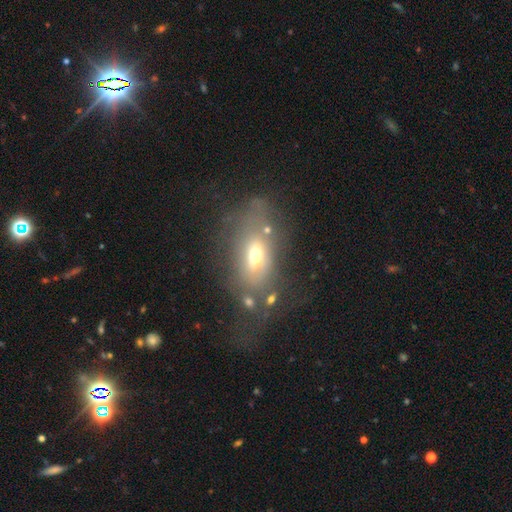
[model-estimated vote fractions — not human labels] Morphology: type=smooth (55%); roundness=in between (79%); merging=none (43%).